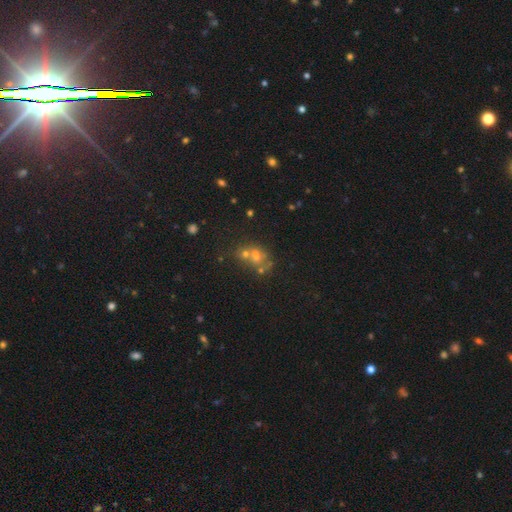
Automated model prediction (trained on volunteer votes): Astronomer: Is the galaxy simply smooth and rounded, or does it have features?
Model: smooth — 47% (runner-up: star or artifact, 29%).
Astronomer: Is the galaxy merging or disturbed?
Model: merger — 48% (runner-up: none, 36%).